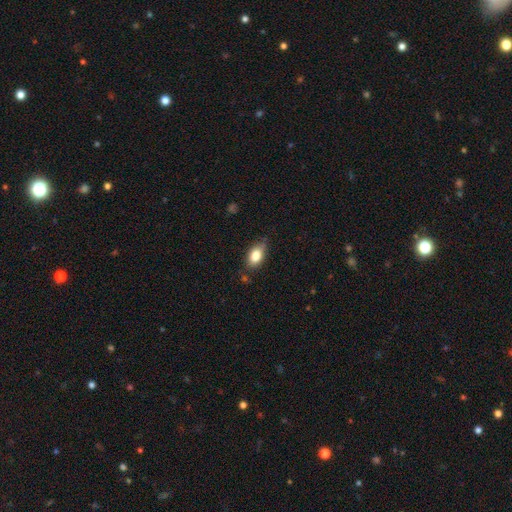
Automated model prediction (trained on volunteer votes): This is clearly a smooth galaxy (82%). How rounded: clearly in between (89%). Merging: likely none (76%).